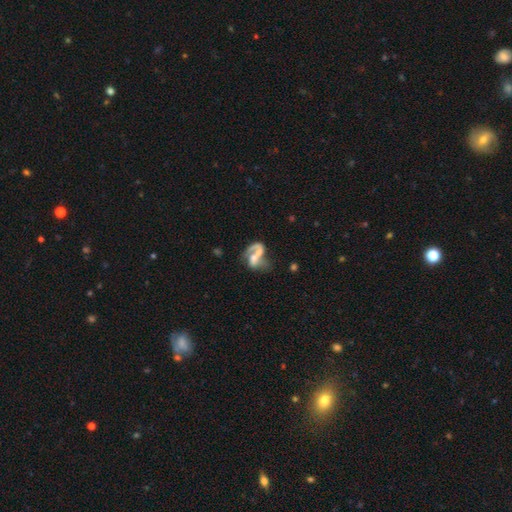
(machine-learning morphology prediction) Q: Smooth or featured?
A: featured or disk (61%); runner-up: smooth (30%)
Q: Edge-on disk?
A: no (96%); runner-up: yes (4%)
Q: Bar?
A: no (55%); runner-up: weak (30%)
Q: Spiral arms?
A: yes (64%); runner-up: no (36%)
Q: Bulge size?
A: moderate (45%); runner-up: small (27%)
Q: Merging?
A: merger (57%); runner-up: major disturbance (18%)